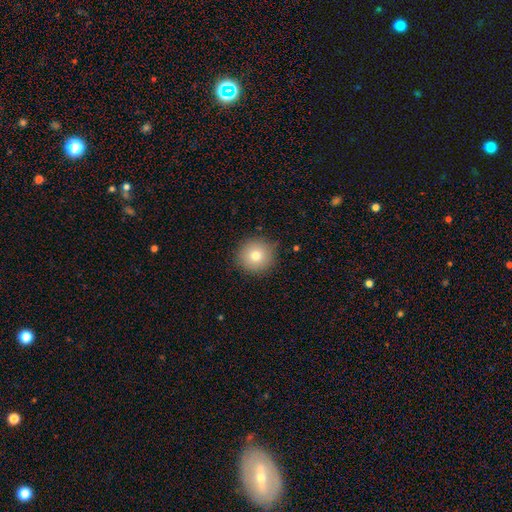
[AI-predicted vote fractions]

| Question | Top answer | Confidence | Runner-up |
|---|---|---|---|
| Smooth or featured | smooth | 77% | featured or disk (12%) |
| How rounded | round | 94% | in between (5%) |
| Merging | none | 87% | minor disturbance (10%) |